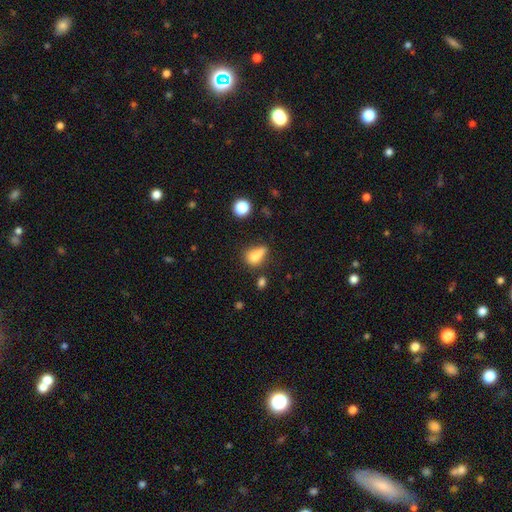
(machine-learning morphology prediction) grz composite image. It shows a smooth galaxy with no disk features (72%) that is in between round and cigar-shaped (52%). Merging: merger (44%).